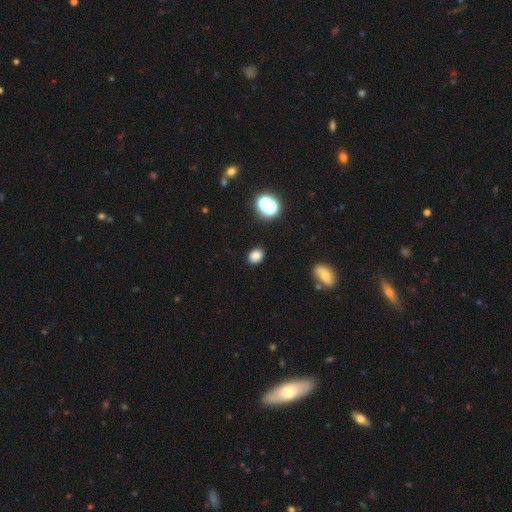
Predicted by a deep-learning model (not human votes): Overall: smooth (82%). How rounded: in between (57%; round 42%). Merging: none (87%).